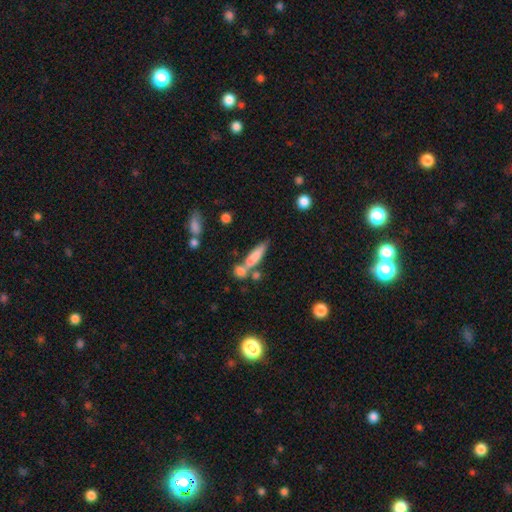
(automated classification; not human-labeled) Smooth or featured?
  - smooth: 74% *
  - featured or disk: 19%
  - star or artifact: 8%
How rounded?
  - cigar-shaped: 74% *
  - in between: 23%
  - round: 3%
Merging?
  - none: 50% *
  - merger: 31%
  - minor disturbance: 13%
  - major disturbance: 6%